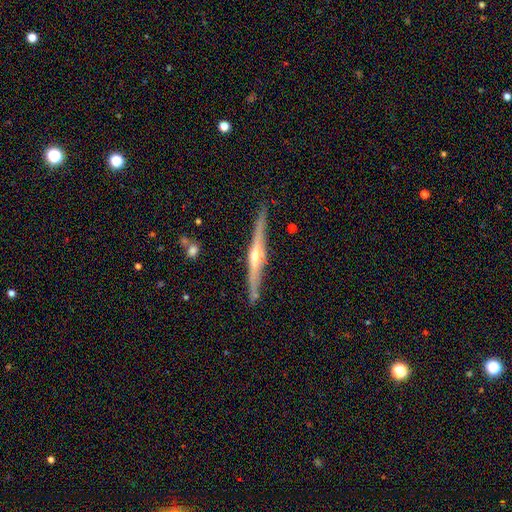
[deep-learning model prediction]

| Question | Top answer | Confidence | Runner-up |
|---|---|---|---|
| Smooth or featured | featured or disk | 80% | smooth (14%) |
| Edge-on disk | yes | 98% | no (2%) |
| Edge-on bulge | rounded | 89% | none (6%) |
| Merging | none | 88% | minor disturbance (8%) |